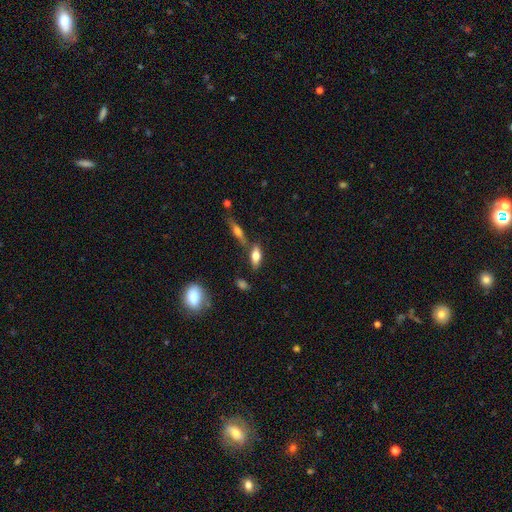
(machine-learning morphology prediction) This is likely a smooth galaxy (64%). How rounded: likely in between (75%). Merging: likely none (69%).